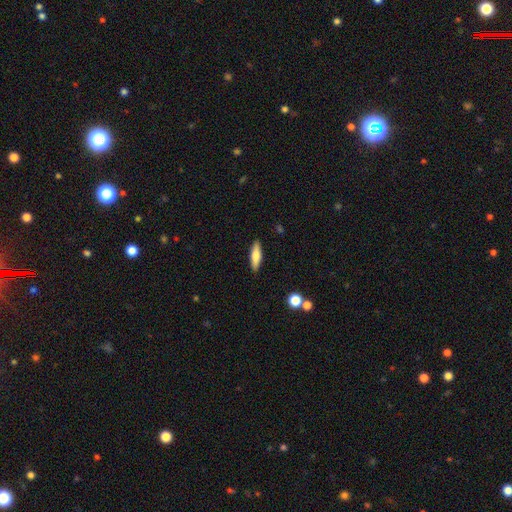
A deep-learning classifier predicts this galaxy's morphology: Overall: smooth (67%). How rounded: cigar-shaped (60%; in between 37%). Merging: none (90%).